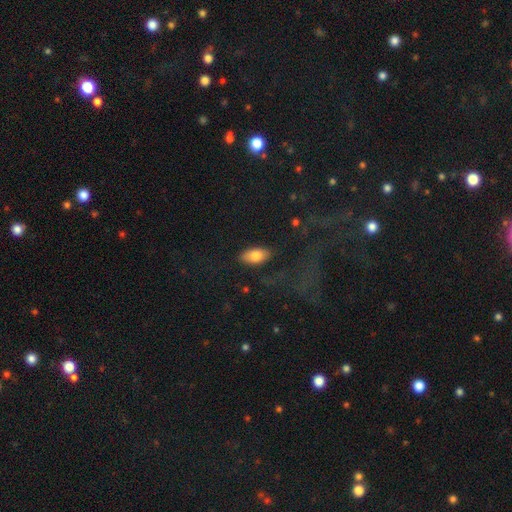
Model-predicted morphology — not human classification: smooth-or-featured: smooth: 79% | featured or disk: 15% | star or artifact: 6%
  how-rounded: in between: 91% | cigar-shaped: 6% | round: 3%
  merging: none: 84% | minor disturbance: 11% | major disturbance: 4% | merger: 1%